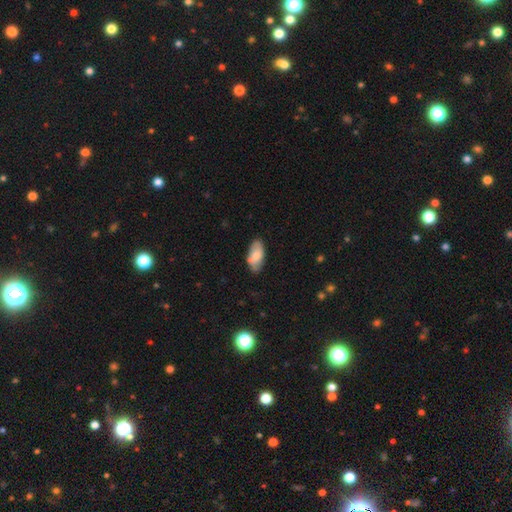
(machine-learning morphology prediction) smooth-or-featured: smooth: 74% | featured or disk: 20% | star or artifact: 6%
  how-rounded: in between: 92% | cigar-shaped: 6% | round: 2%
  merging: none: 71% | minor disturbance: 22% | major disturbance: 4% | merger: 3%